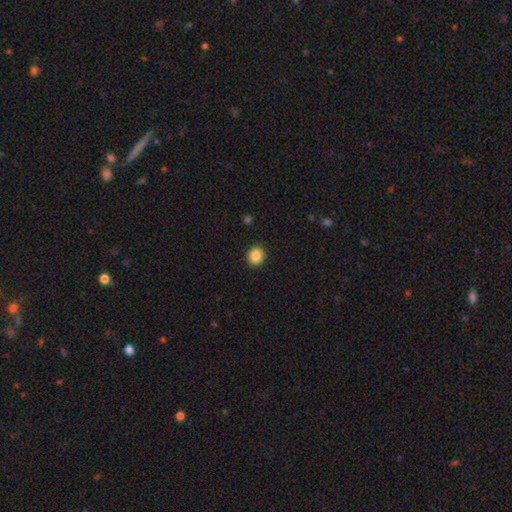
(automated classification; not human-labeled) Q: Smooth or featured?
A: smooth (87%); runner-up: star or artifact (10%)
Q: How rounded?
A: round (84%); runner-up: in between (15%)
Q: Merging?
A: none (90%); runner-up: minor disturbance (7%)